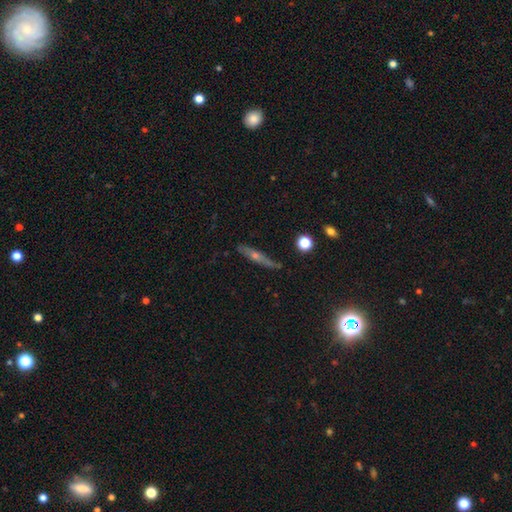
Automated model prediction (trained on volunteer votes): Smooth or featured? Predicted: featured or disk (p=0.62). Edge-on disk? Predicted: yes (p=0.85). Edge-on bulge? Predicted: rounded (p=0.80). Merging? Predicted: none (p=0.78).